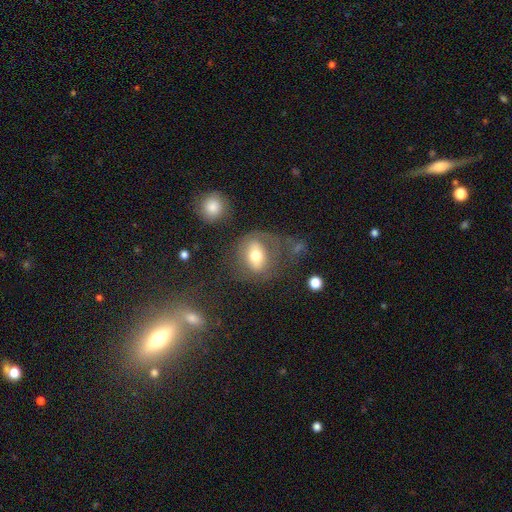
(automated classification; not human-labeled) A smooth galaxy with no disk features (56%) that is round (50%).

Vote fractions:
- Smooth or featured? smooth: 56% / featured or disk: 35% / star or artifact: 9%
- How rounded? round: 50% / in between: 48% / cigar-shaped: 2%
- Merging? none: 51% / major disturbance: 23% / minor disturbance: 20% / merger: 6%